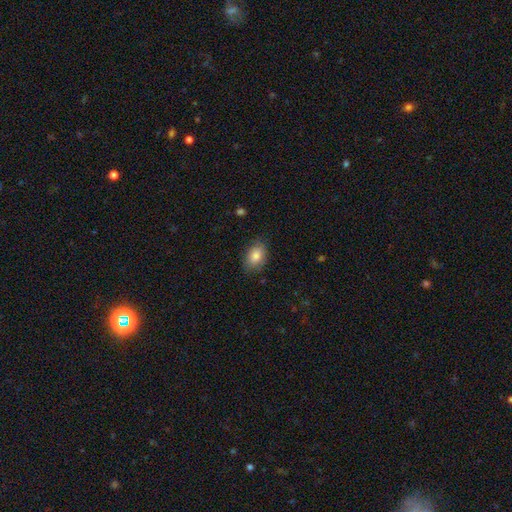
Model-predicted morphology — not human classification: The model was most divided on "merging": none: 80%, minor disturbance: 16%, major disturbance: 3%, merger: 1%. More confident: how rounded — in between (84%); smooth or featured — smooth (84%).